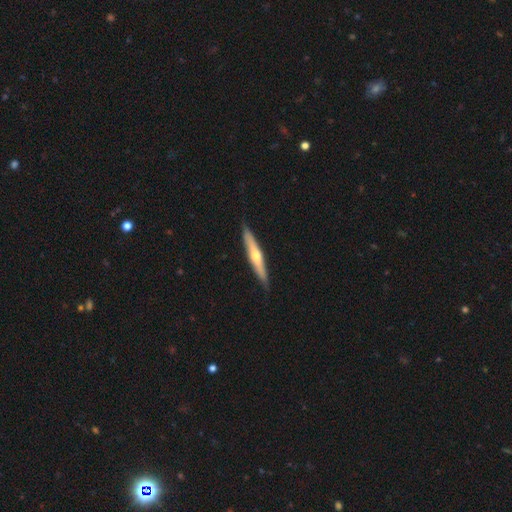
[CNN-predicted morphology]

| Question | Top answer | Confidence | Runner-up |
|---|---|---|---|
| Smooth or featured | featured or disk | 60% | smooth (35%) |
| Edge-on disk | yes | 95% | no (5%) |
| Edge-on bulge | rounded | 87% | none (10%) |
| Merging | none | 89% | minor disturbance (8%) |